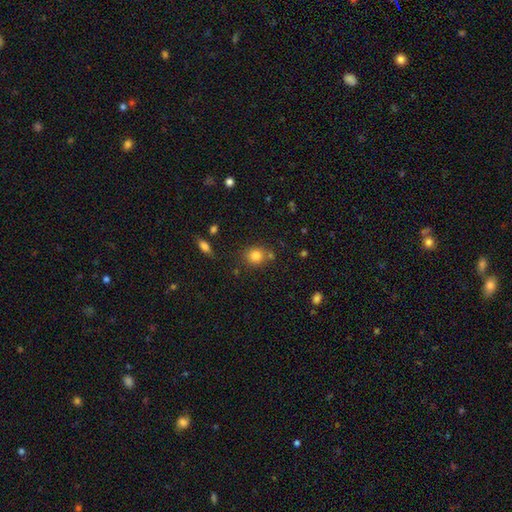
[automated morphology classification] smooth_or_featured: smooth (p=0.82) [alt: star or artifact p=0.11]
how_rounded: round (p=0.79) [alt: in between p=0.20]
merging: none (p=0.73) [alt: merger p=0.12]